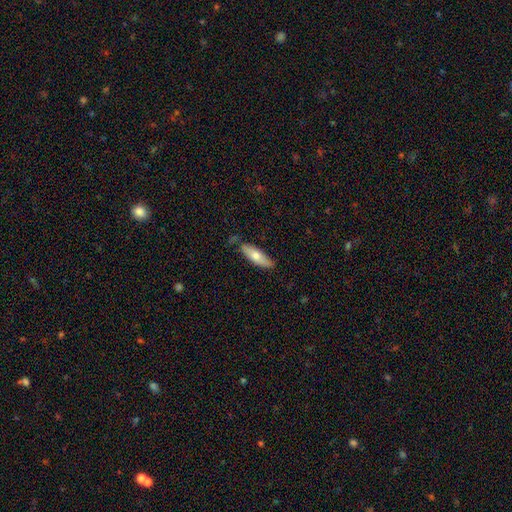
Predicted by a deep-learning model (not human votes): Smooth or featured: smooth — 62% (featured or disk — 32%)
How rounded: cigar-shaped — 51% (in between — 47%)
Merging: none — 76% (minor disturbance — 18%)